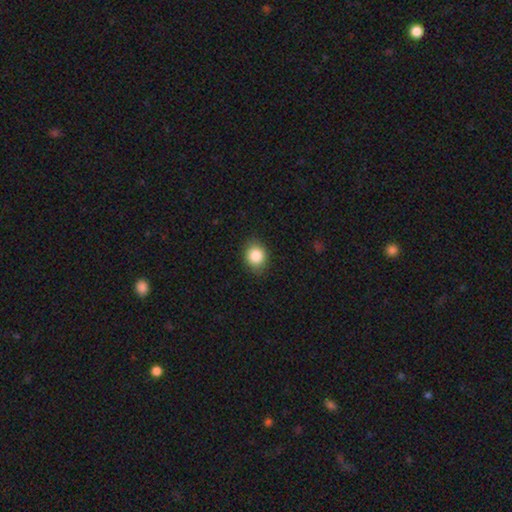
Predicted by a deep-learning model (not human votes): Overall: smooth (85%). How rounded: round (64%; in between 35%). Merging: none (86%).